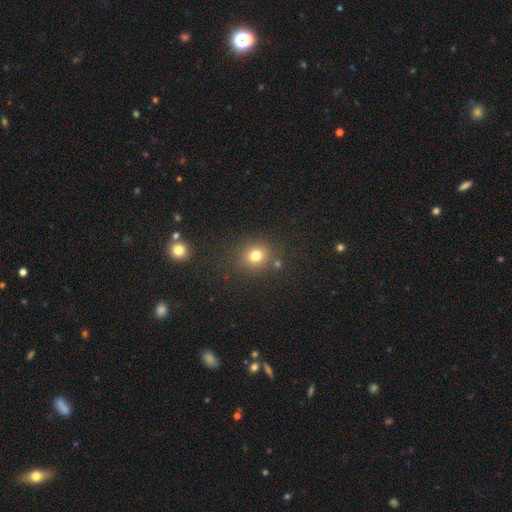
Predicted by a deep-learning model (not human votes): This appears to be a smooth galaxy with no disk features (77%) that is round (81%). Merging: none (80%).